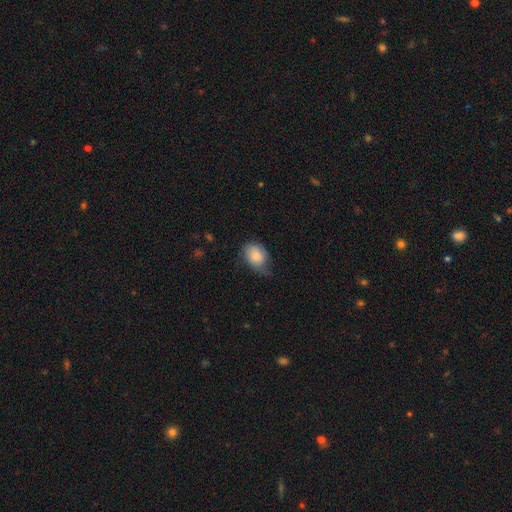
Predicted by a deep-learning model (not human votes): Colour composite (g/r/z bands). It shows a smooth galaxy with no disk features (82%) that is in between round and cigar-shaped (71%). Merging: minor disturbance (44%).